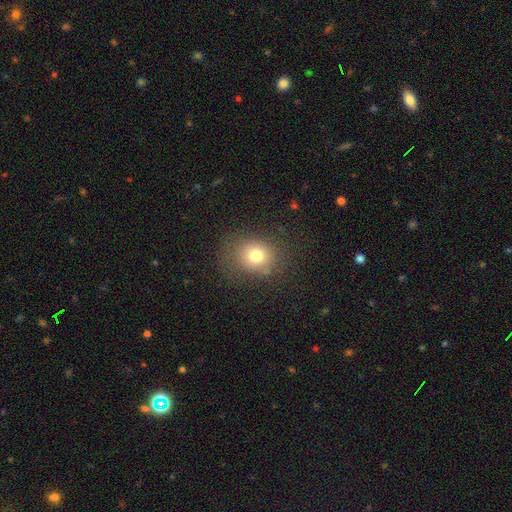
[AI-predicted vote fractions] Smooth or featured?
  - smooth: 75% *
  - star or artifact: 14%
  - featured or disk: 11%
How rounded?
  - round: 70% *
  - in between: 29%
  - cigar-shaped: 1%
Merging?
  - none: 76% *
  - minor disturbance: 14%
  - major disturbance: 8%
  - merger: 2%